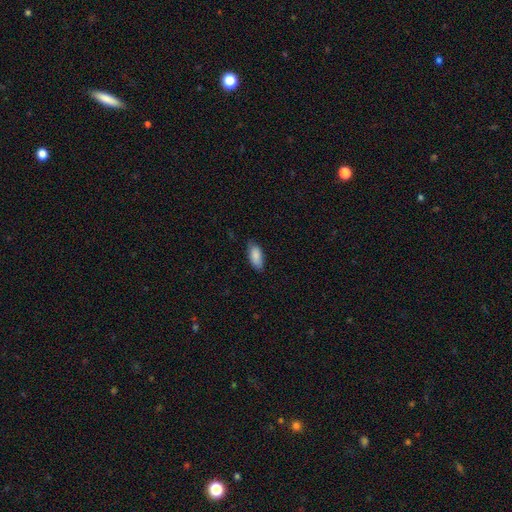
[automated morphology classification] This is clearly a smooth galaxy (87%). How rounded: clearly in between (88%). Merging: likely none (76%).